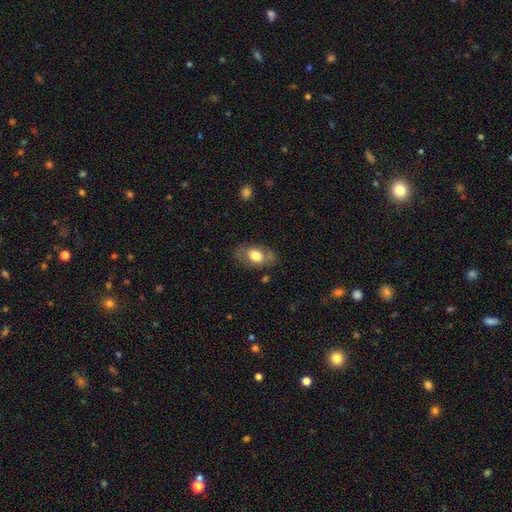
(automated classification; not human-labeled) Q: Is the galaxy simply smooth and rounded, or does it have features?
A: smooth — 67%.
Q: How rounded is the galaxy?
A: in between — 87%.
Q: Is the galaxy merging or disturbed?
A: none — 75%.